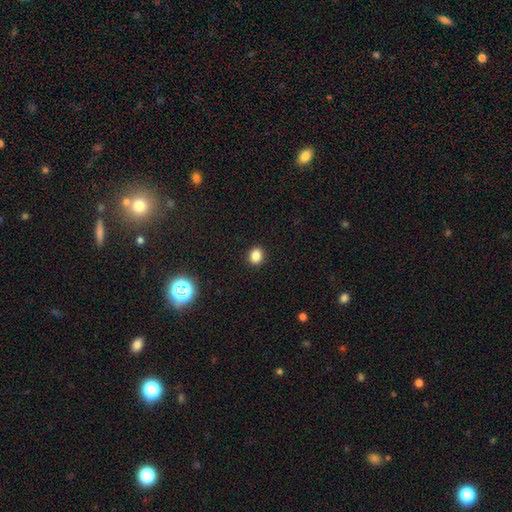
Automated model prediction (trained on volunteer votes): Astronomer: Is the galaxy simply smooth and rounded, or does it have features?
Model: smooth — 85%.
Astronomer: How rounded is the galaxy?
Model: round — 62%.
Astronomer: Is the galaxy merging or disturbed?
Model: none — 91%.